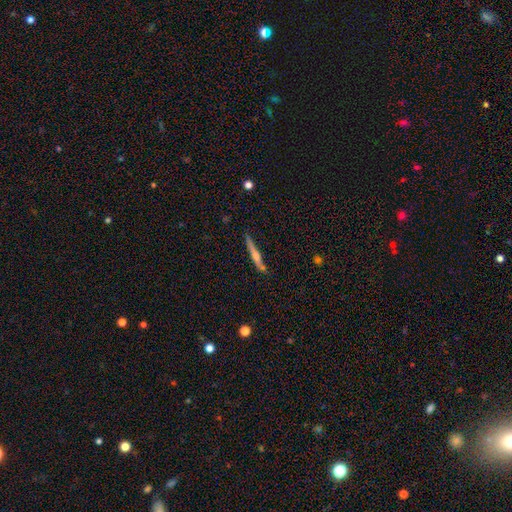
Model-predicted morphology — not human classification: This appears to be a featured or disk galaxy (65%) viewed edge-on (97%) with a rounded central bulge (77%). Merging: none (81%).